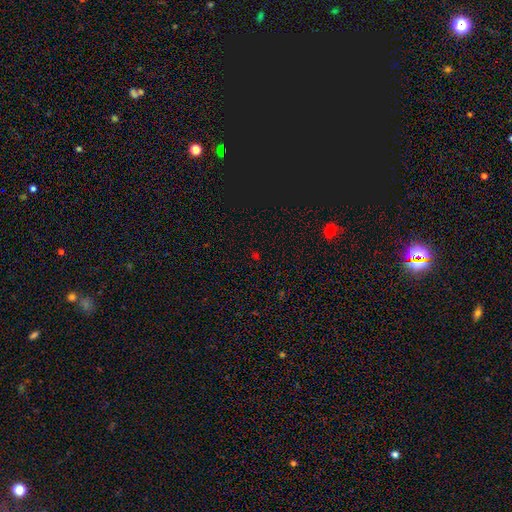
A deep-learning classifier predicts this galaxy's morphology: This appears to be a star or artifact, not a galaxy (59%).